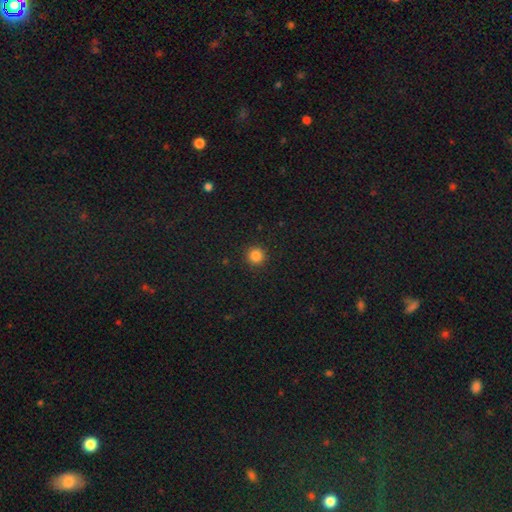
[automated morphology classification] Smooth or featured: smooth — 85% (star or artifact — 12%)
How rounded: round — 95% (in between — 4%)
Merging: none — 92% (minor disturbance — 5%)